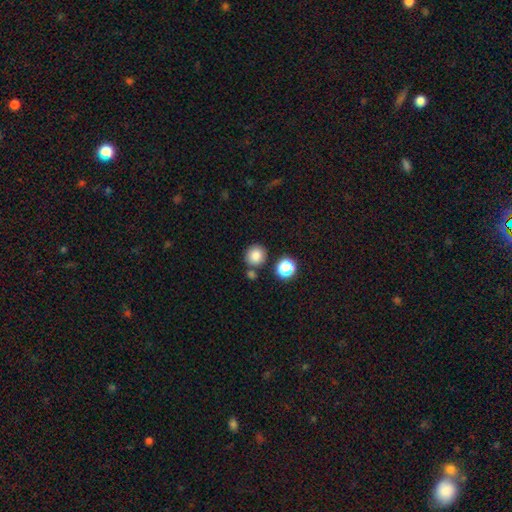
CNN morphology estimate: smooth_or_featured: smooth (p=0.83) [alt: star or artifact p=0.12]
how_rounded: round (p=0.89) [alt: in between p=0.10]
merging: none (p=0.77) [alt: merger p=0.12]